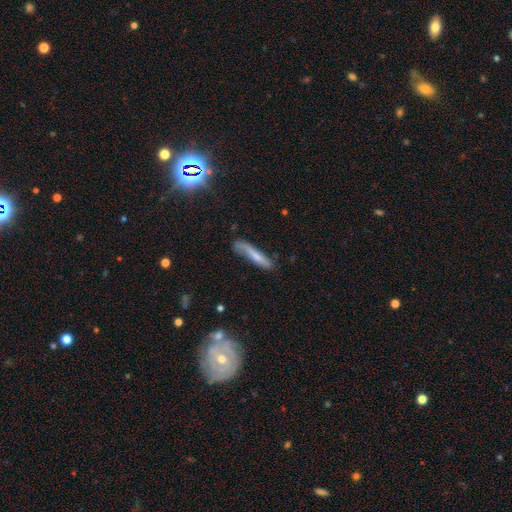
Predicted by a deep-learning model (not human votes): smooth_or_featured: smooth (p=0.64) [alt: featured or disk p=0.29]
how_rounded: cigar-shaped (p=0.87) [alt: in between p=0.11]
merging: none (p=0.64) [alt: minor disturbance p=0.25]